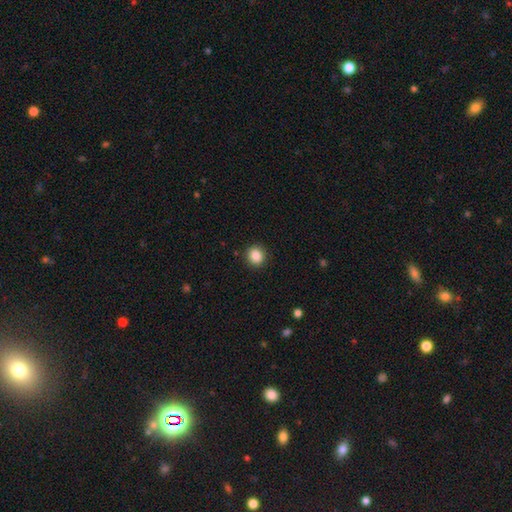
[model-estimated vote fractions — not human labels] smooth_or_featured: smooth (p=0.87) [alt: star or artifact p=0.10]
how_rounded: round (p=0.86) [alt: in between p=0.14]
merging: none (p=0.91) [alt: minor disturbance p=0.06]